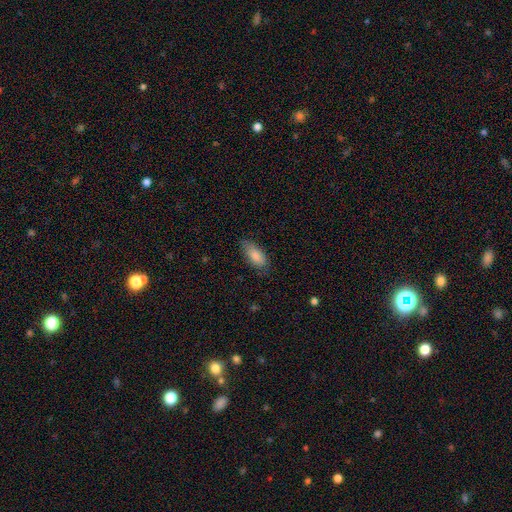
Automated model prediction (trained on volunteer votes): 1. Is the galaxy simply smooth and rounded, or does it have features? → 86% smooth, 8% featured or disk, 6% star or artifact.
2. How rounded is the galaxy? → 88% in between, 10% cigar-shaped, 2% round.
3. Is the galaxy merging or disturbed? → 76% none, 19% minor disturbance, 4% major disturbance, 1% merger.